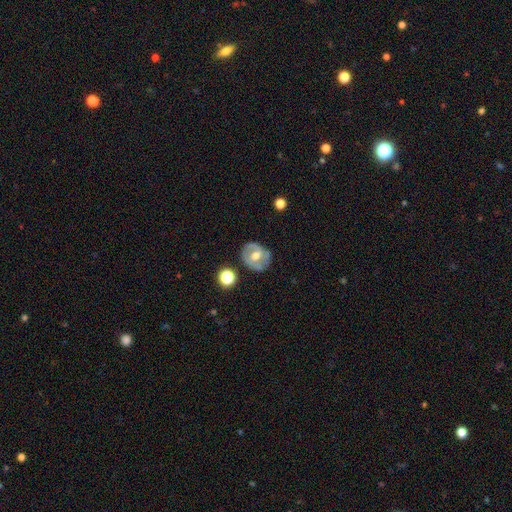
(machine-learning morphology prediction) Smooth or featured? featured or disk (59%)
Edge-on disk? no (96%)
Bar? no (45%)
Spiral arms? yes (52%)
Bulge size? moderate (70%)
Merging? none (72%)